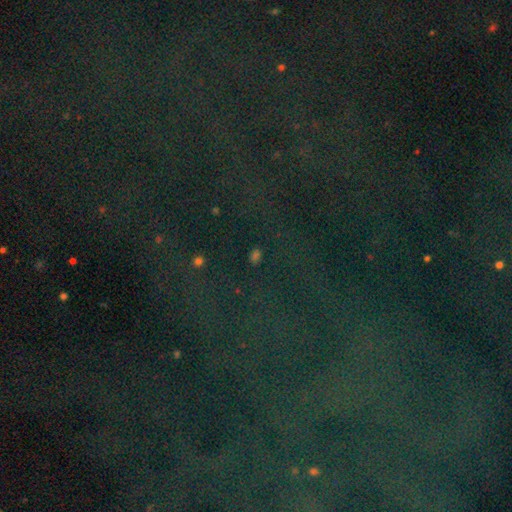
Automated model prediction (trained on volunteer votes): This appears to be a star or artifact, not a galaxy (81%).